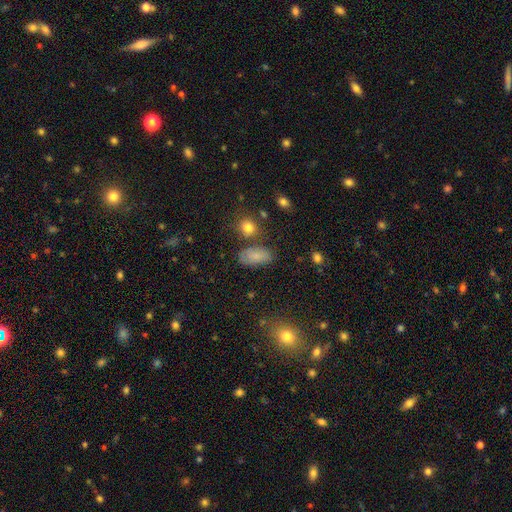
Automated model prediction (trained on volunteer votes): A smooth galaxy with no disk features (80%) that is in between round and cigar-shaped (90%).

Vote fractions:
- Smooth or featured? smooth: 80% / featured or disk: 10% / star or artifact: 10%
- How rounded? in between: 90% / round: 6% / cigar-shaped: 4%
- Merging? none: 70% / minor disturbance: 18% / merger: 7% / major disturbance: 6%